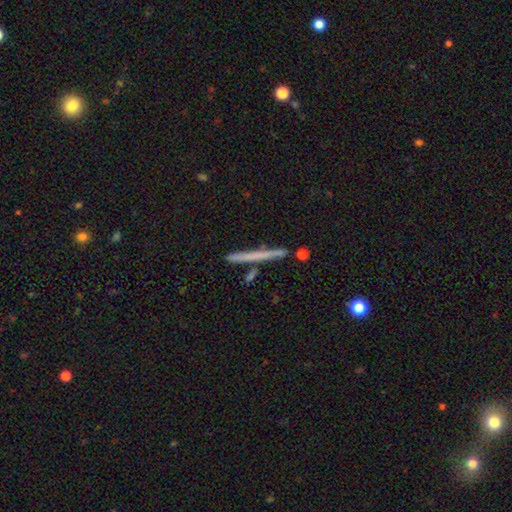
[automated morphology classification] A smooth galaxy with no disk features (52%) that is cigar-shaped (97%). Merging: none (87%).